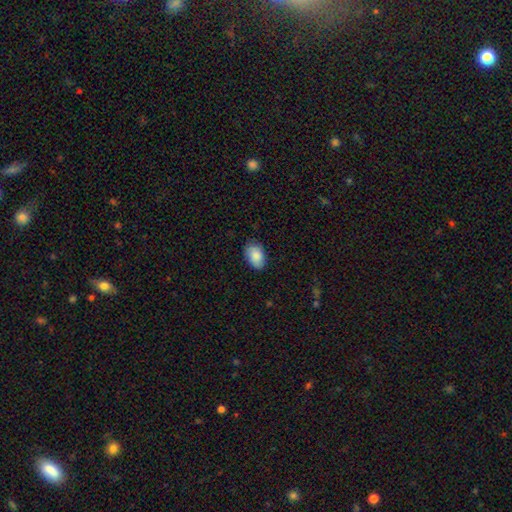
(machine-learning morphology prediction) Smooth or featured? Predicted: smooth (p=0.87). How rounded? Predicted: in between (p=0.89). Merging? Predicted: none (p=0.80).